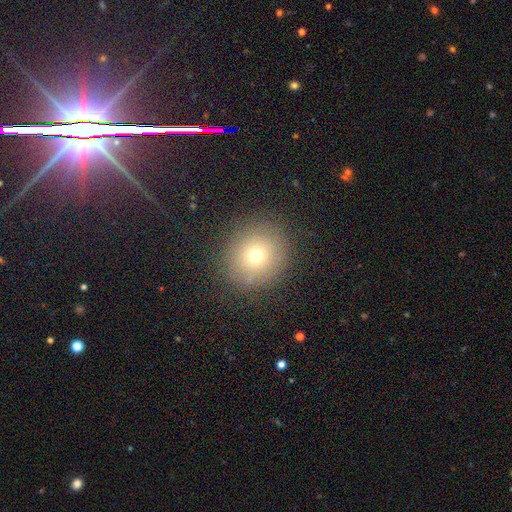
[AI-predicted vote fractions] smooth-or-featured: smooth: 70% | star or artifact: 17% | featured or disk: 13%
  how-rounded: round: 89% | in between: 10% | cigar-shaped: 1%
  merging: none: 87% | minor disturbance: 8% | major disturbance: 4% | merger: 1%